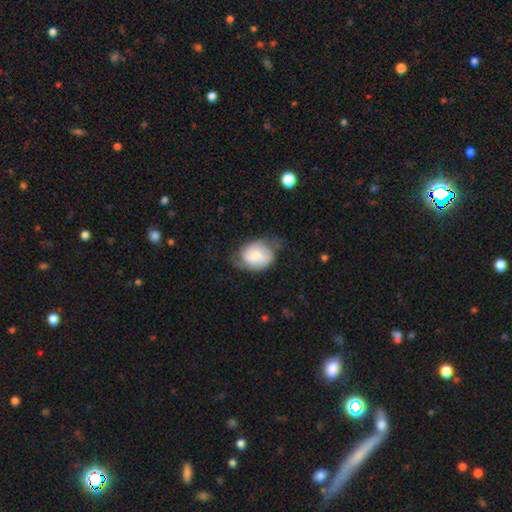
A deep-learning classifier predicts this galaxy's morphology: smooth 48%, featured or disk 45%, star or artifact 7%. Down the decision tree: merging — none (47%).